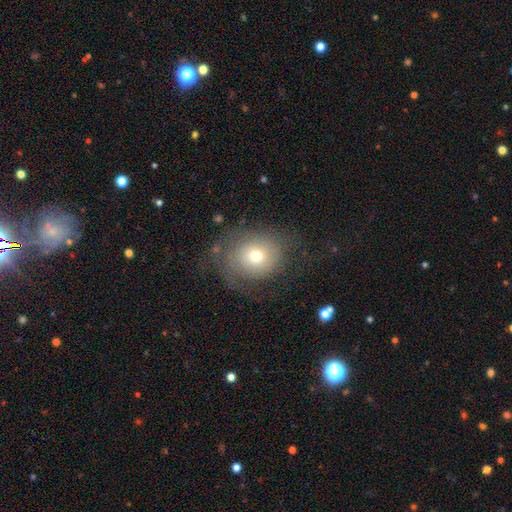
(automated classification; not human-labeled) Smooth or featured? Predicted: smooth (p=0.61). How rounded? Predicted: round (p=0.75). Merging? Predicted: none (p=0.56).